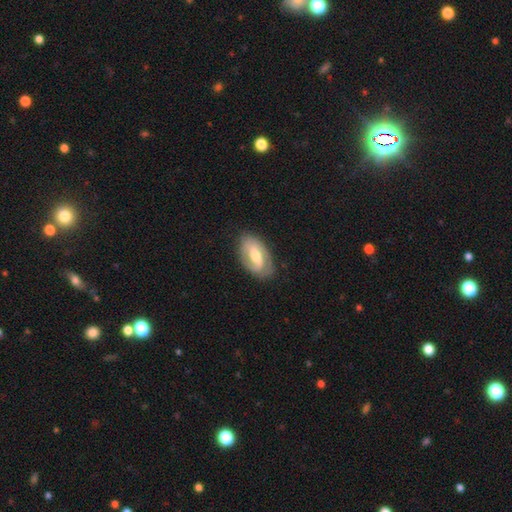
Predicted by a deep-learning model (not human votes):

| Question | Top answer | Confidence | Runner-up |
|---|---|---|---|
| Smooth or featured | featured or disk | 70% | smooth (24%) |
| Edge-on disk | no | 94% | yes (6%) |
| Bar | weak | 45% | strong (30%) |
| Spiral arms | yes | 80% | no (20%) |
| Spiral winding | tight | 47% | medium (36%) |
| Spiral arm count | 2 | 69% | can't tell (16%) |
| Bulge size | moderate | 66% | small (24%) |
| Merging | none | 78% | minor disturbance (16%) |